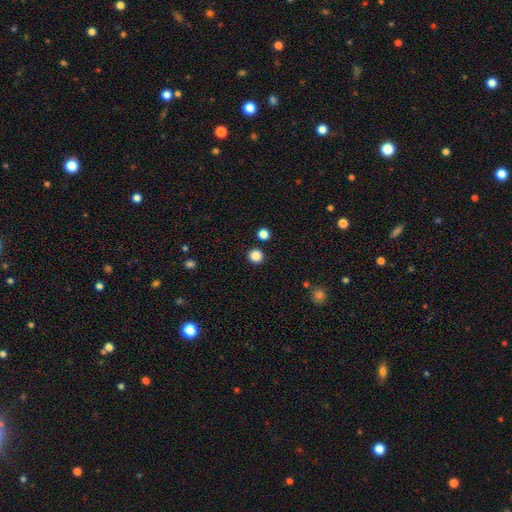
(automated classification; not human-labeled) Q: Smooth or featured?
A: smooth (85%); runner-up: star or artifact (12%)
Q: How rounded?
A: round (95%); runner-up: in between (4%)
Q: Merging?
A: none (91%); runner-up: minor disturbance (5%)